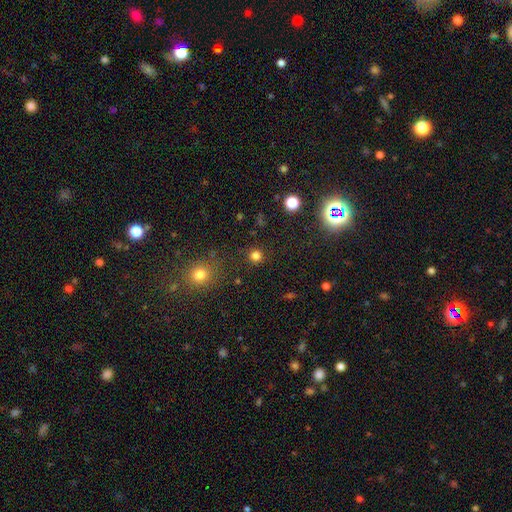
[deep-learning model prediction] Smooth or featured? Predicted: smooth (p=0.79). How rounded? Predicted: round (p=0.93). Merging? Predicted: none (p=0.89).